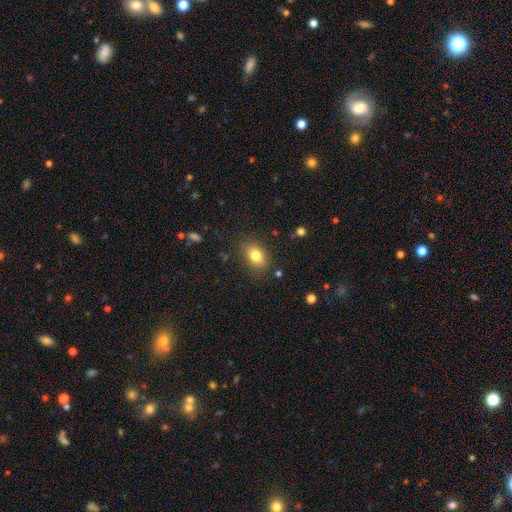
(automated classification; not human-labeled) smooth-or-featured: smooth: 82% | star or artifact: 10% | featured or disk: 8%
  how-rounded: in between: 73% | round: 26% | cigar-shaped: 1%
  merging: none: 82% | minor disturbance: 13% | major disturbance: 4% | merger: 2%